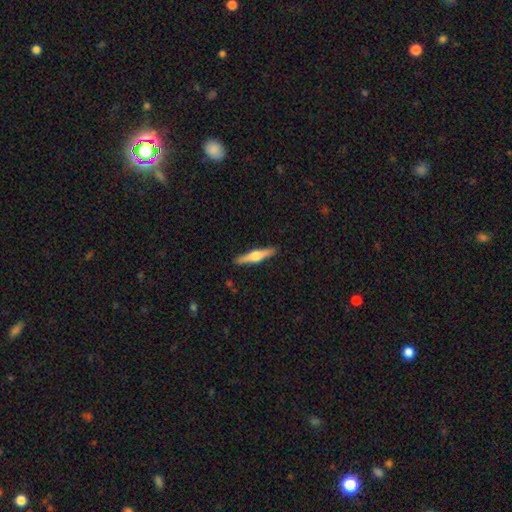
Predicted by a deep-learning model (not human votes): Smooth or featured: featured or disk — 65% (smooth — 30%)
Edge-on disk: yes — 97% (no — 3%)
Edge-on bulge: rounded — 93% (boxy — 5%)
Merging: none — 91% (minor disturbance — 7%)